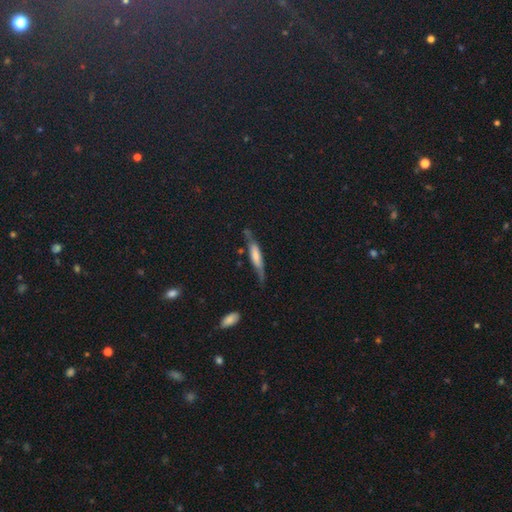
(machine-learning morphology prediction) The model was most divided on "smooth or featured": smooth: 47%, featured or disk: 44%, star or artifact: 8%. More confident: merging — none (58%).